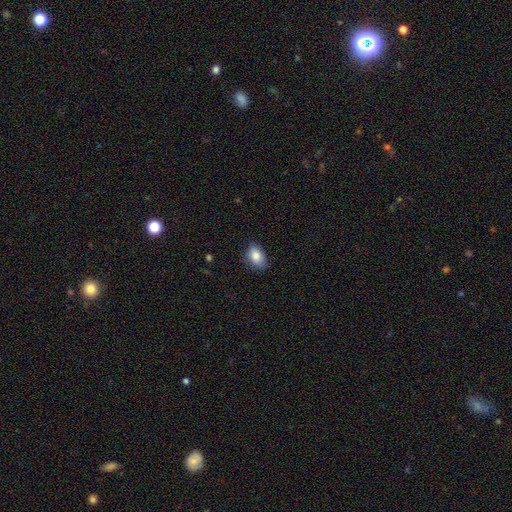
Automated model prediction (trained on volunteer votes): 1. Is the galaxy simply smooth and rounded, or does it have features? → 85% smooth, 8% star or artifact, 8% featured or disk.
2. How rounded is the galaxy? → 84% in between, 14% round, 2% cigar-shaped.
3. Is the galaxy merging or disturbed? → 68% none, 26% minor disturbance, 5% major disturbance, 1% merger.